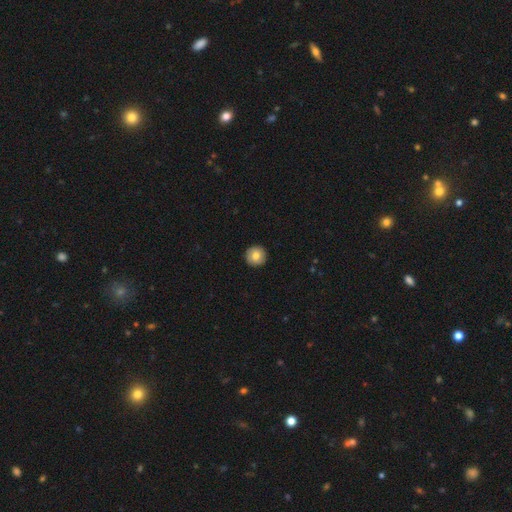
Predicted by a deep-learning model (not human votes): smooth 76%, featured or disk 16%, star or artifact 8%. Down the decision tree: how rounded — round (96%); merging — none (92%).